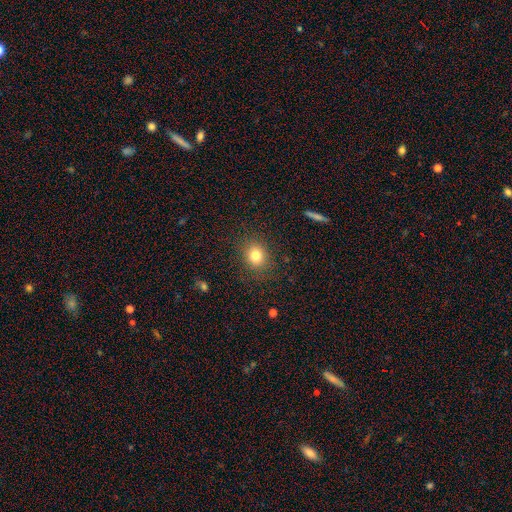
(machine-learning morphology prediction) Smooth or featured?
  - smooth: 79% *
  - star or artifact: 12%
  - featured or disk: 8%
How rounded?
  - round: 70% *
  - in between: 29%
  - cigar-shaped: 1%
Merging?
  - none: 85% *
  - minor disturbance: 10%
  - major disturbance: 4%
  - merger: 1%